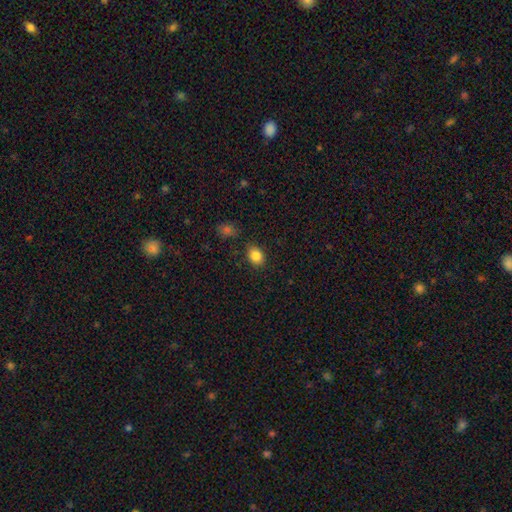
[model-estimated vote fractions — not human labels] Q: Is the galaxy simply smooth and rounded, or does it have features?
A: smooth — 85%.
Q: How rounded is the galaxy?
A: in between — 56%.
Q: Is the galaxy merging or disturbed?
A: none — 81%.